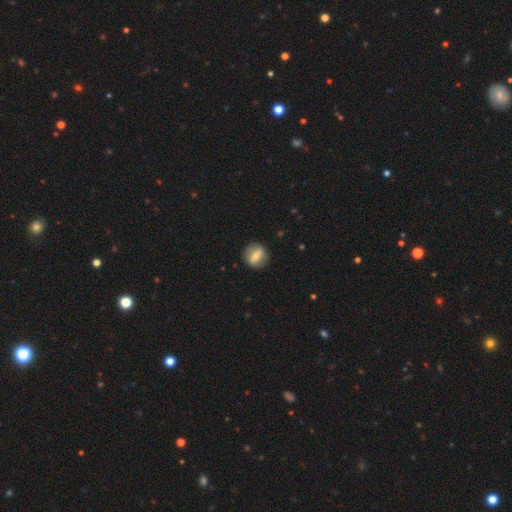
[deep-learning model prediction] Smooth or featured? Predicted: smooth (p=0.58). How rounded? Predicted: round (p=0.63). Merging? Predicted: none (p=0.84).